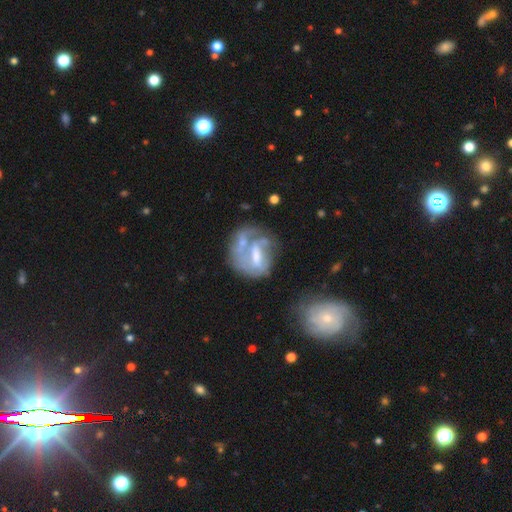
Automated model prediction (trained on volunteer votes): smooth-or-featured: featured or disk: 65% | smooth: 26% | star or artifact: 10%
  disk-edge-on: no: 96% | yes: 4%
    bar: weak: 41% | no: 34% | strong: 25%
    has-spiral-arms: yes: 50% (tied) | no: 50% (tied)
    bulge-size: moderate: 39% | small: 31% | none: 21% | large: 7% | dominant: 2%
  merging: none: 36% | major disturbance: 25% | merger: 20% | minor disturbance: 18%